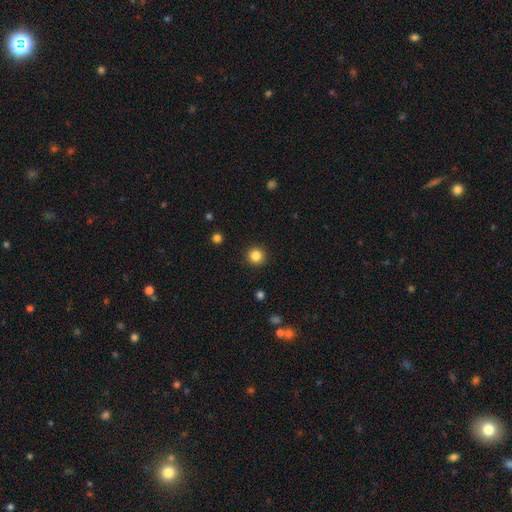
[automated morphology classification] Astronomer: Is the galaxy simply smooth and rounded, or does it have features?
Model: smooth — 84%.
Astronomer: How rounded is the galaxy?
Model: round — 95%.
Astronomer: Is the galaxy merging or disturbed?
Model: none — 92%.